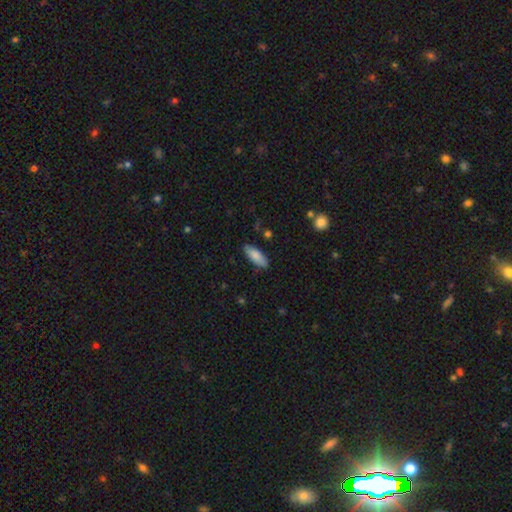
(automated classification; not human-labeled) smooth_or_featured: smooth (p=0.83) [alt: featured or disk p=0.11]
how_rounded: in between (p=0.71) [alt: cigar-shaped p=0.27]
merging: none (p=0.85) [alt: minor disturbance p=0.11]